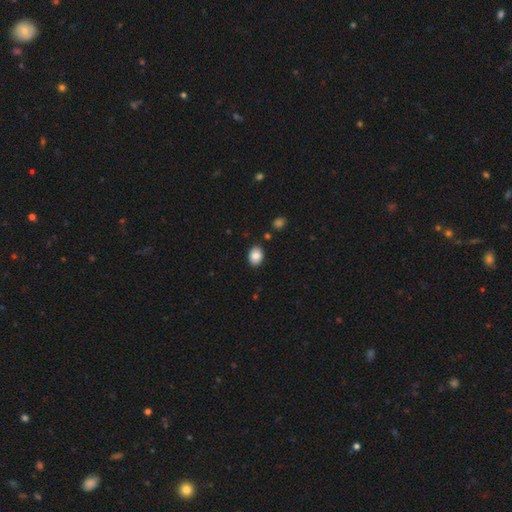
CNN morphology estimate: This is clearly a smooth galaxy (86%). How rounded: likely in between (73%). Merging: clearly none (87%).